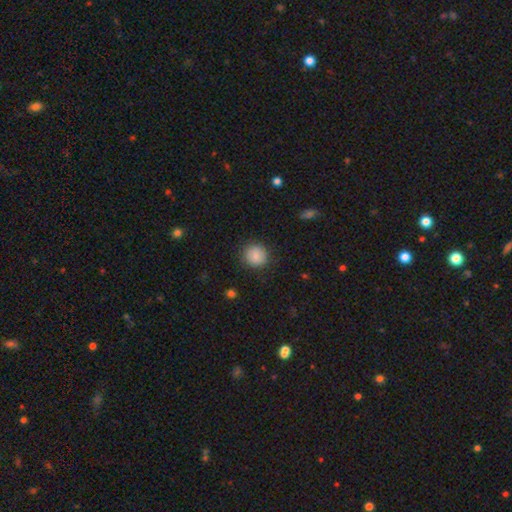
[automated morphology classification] Smooth or featured? smooth (86%)
How rounded? round (90%)
Merging? none (87%)